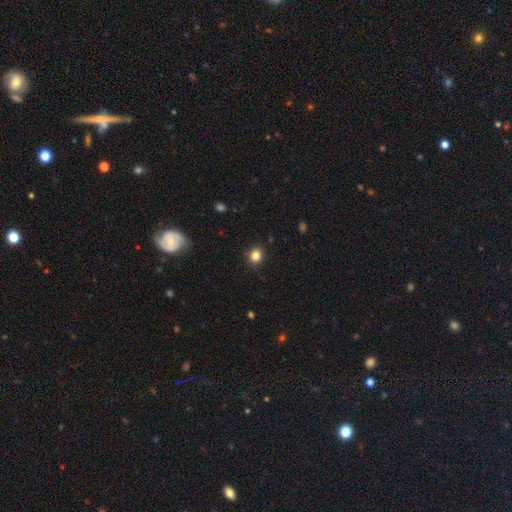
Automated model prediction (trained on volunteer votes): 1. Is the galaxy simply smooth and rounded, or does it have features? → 83% smooth, 12% star or artifact, 5% featured or disk.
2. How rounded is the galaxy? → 82% round, 17% in between, 1% cigar-shaped.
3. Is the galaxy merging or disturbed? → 88% none, 8% minor disturbance, 2% major disturbance, 1% merger.